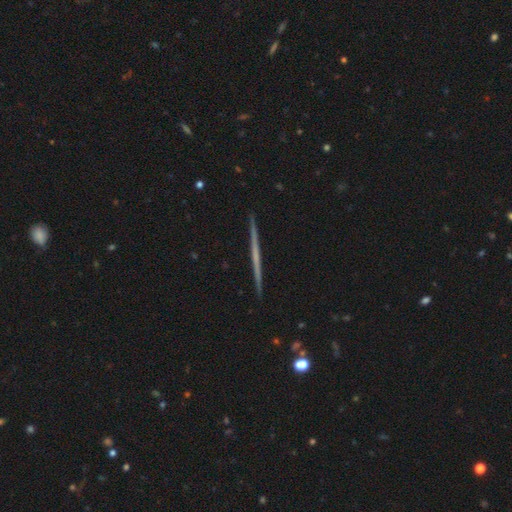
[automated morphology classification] The model was most divided on "smooth or featured": featured or disk: 68%, smooth: 26%, star or artifact: 6%. More confident: edge-on disk — yes (98%); merging — none (93%); edge-on bulge — none (86%).